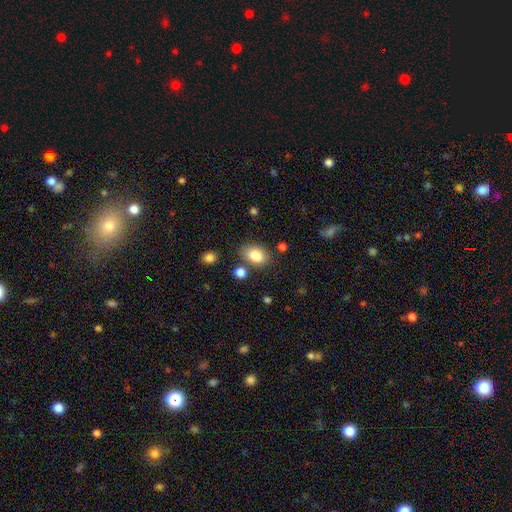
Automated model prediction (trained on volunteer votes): Smooth or featured?
  - smooth: 83% *
  - star or artifact: 9%
  - featured or disk: 8%
How rounded?
  - in between: 77% *
  - round: 22%
  - cigar-shaped: 1%
Merging?
  - none: 77% *
  - minor disturbance: 13%
  - merger: 6%
  - major disturbance: 4%